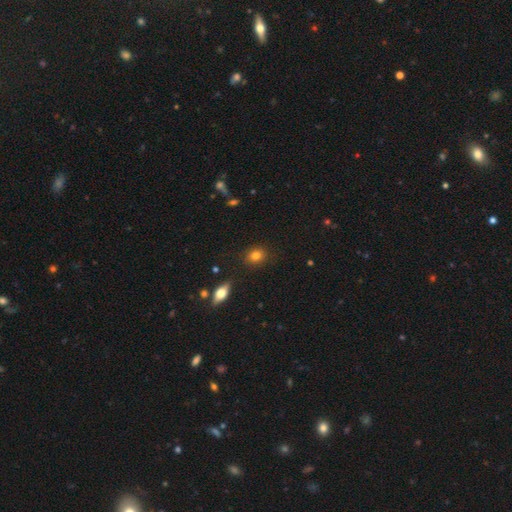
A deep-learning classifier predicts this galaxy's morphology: type=smooth (82%); roundness=round (61%); merging=none (87%).